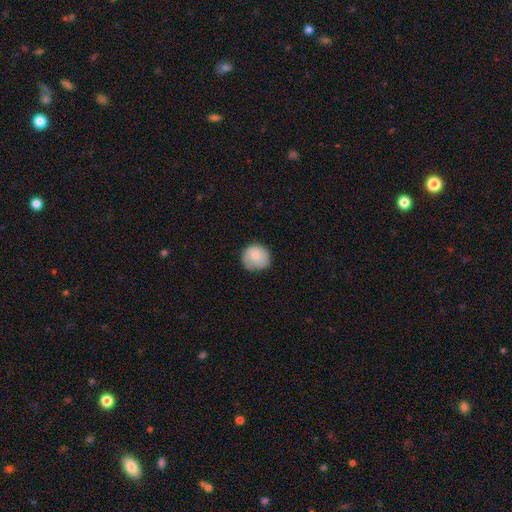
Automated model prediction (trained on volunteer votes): This appears to be a smooth galaxy with no disk features (80%) that is round (88%). Merging: none (69%).